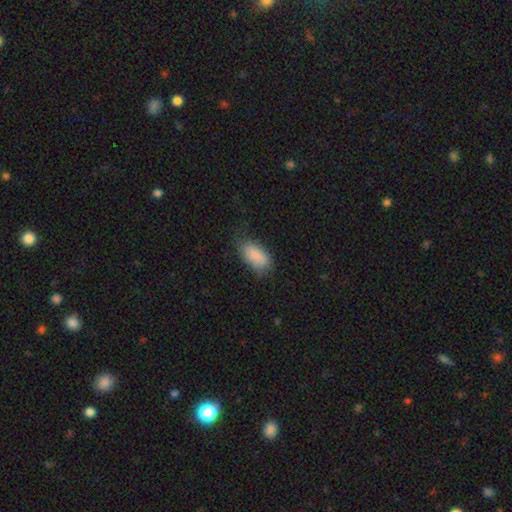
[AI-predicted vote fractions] Smooth or featured: smooth — 87% (star or artifact — 7%)
How rounded: in between — 92% (cigar-shaped — 5%)
Merging: none — 65% (minor disturbance — 26%)